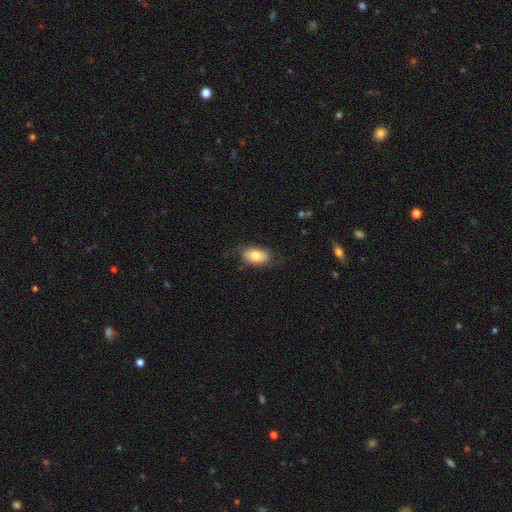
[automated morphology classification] Smooth or featured? Predicted: smooth (p=0.74). How rounded? Predicted: in between (p=0.91). Merging? Predicted: none (p=0.71).